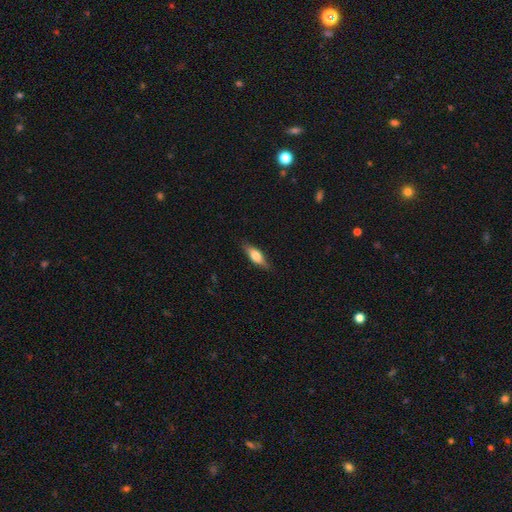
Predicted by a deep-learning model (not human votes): Smooth or featured: smooth — 68% (featured or disk — 26%)
How rounded: in between — 60% (cigar-shaped — 38%)
Merging: none — 83% (minor disturbance — 13%)